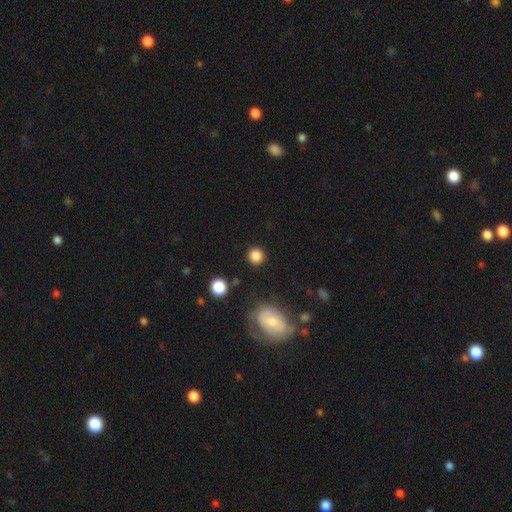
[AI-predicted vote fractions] Smooth or featured: smooth — 85% (star or artifact — 11%)
How rounded: round — 92% (in between — 7%)
Merging: none — 89% (minor disturbance — 6%)